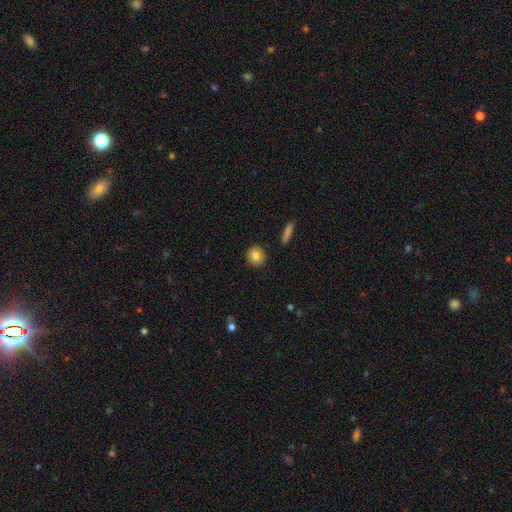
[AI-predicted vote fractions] The model was most divided on "smooth or featured": smooth: 82%, featured or disk: 10%, star or artifact: 8%. More confident: merging — none (92%); how rounded — round (91%).